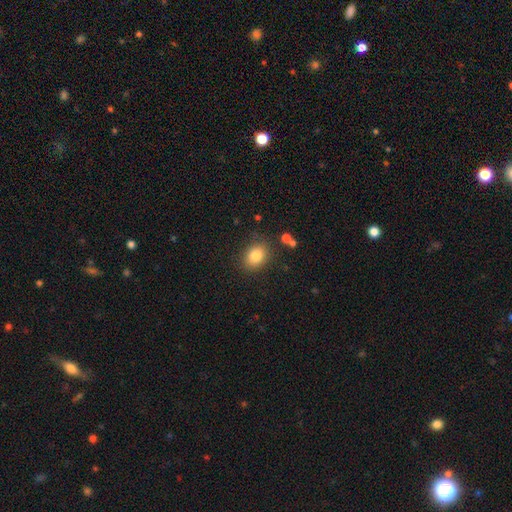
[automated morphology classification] A smooth galaxy with no disk features (83%) that is in between round and cigar-shaped (61%). Merging: none (83%).